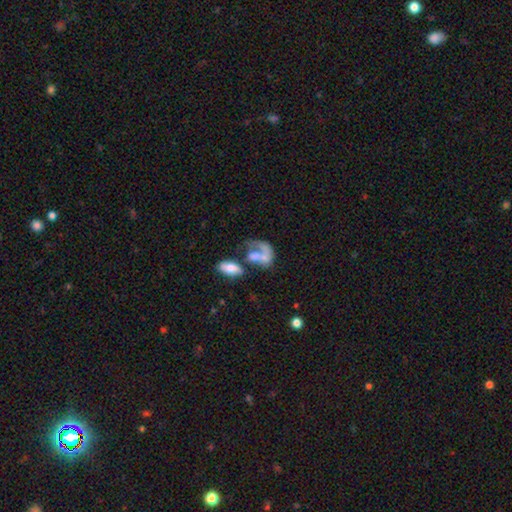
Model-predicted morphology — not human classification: Smooth or featured? featured or disk (48%)
Merging? merger (53%)